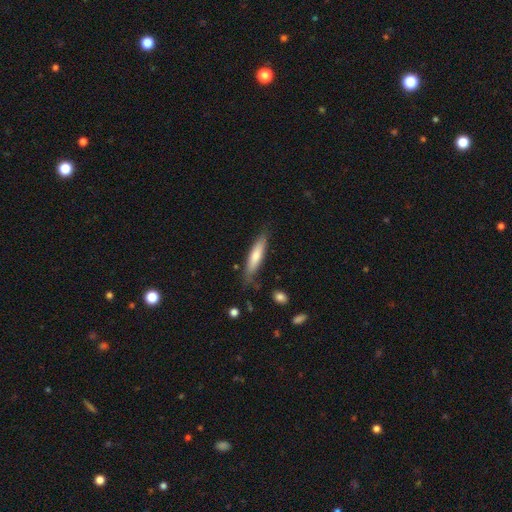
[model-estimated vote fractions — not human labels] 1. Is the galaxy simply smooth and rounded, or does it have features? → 64% smooth, 30% featured or disk, 6% star or artifact.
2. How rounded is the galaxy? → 81% cigar-shaped, 17% in between, 1% round.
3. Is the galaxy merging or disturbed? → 80% none, 16% minor disturbance, 3% major disturbance, 2% merger.